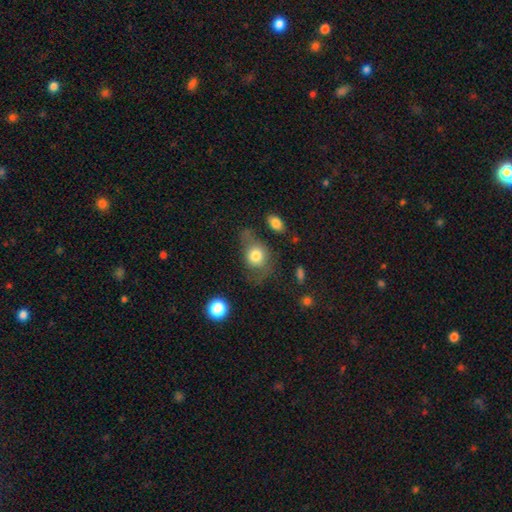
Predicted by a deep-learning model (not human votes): A smooth galaxy with no disk features (71%) that is round (50%). Merging: none (42%).